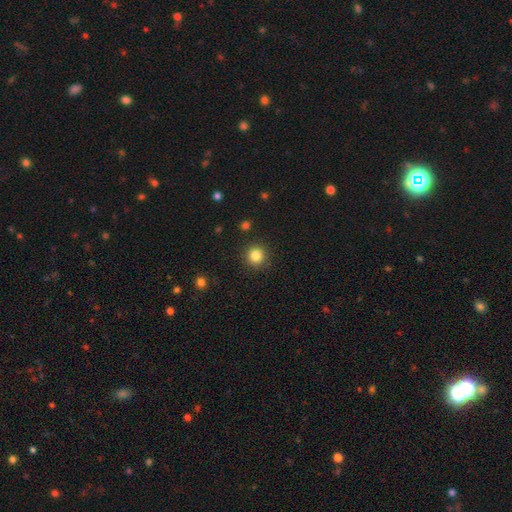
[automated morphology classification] Q: Smooth or featured?
A: smooth (84%); runner-up: star or artifact (11%)
Q: How rounded?
A: round (95%); runner-up: in between (4%)
Q: Merging?
A: none (91%); runner-up: minor disturbance (5%)